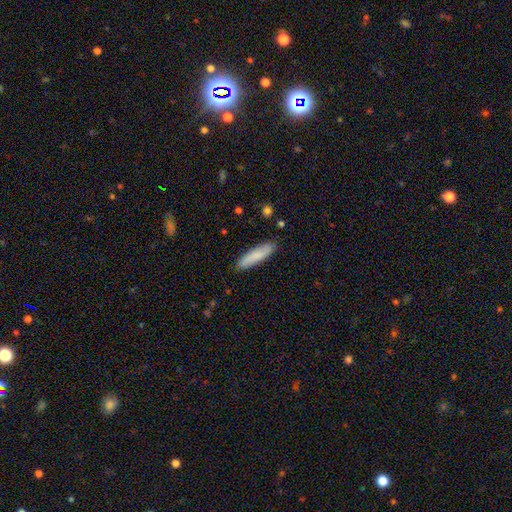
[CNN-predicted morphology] Overall: smooth (81%). How rounded: cigar-shaped (77%). Merging: none (87%).